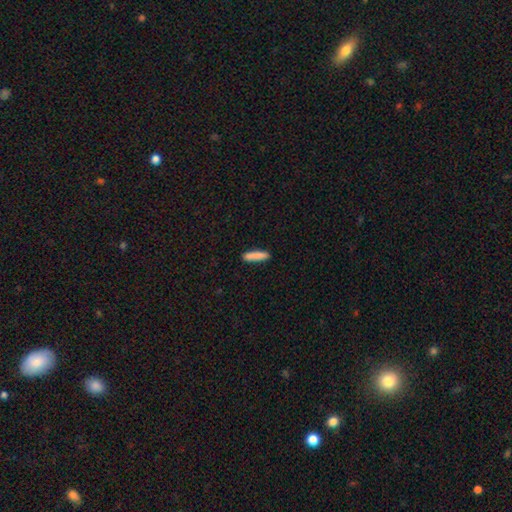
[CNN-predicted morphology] Q: Smooth or featured?
A: smooth (87%); runner-up: featured or disk (7%)
Q: How rounded?
A: cigar-shaped (82%); runner-up: in between (16%)
Q: Merging?
A: none (88%); runner-up: minor disturbance (9%)